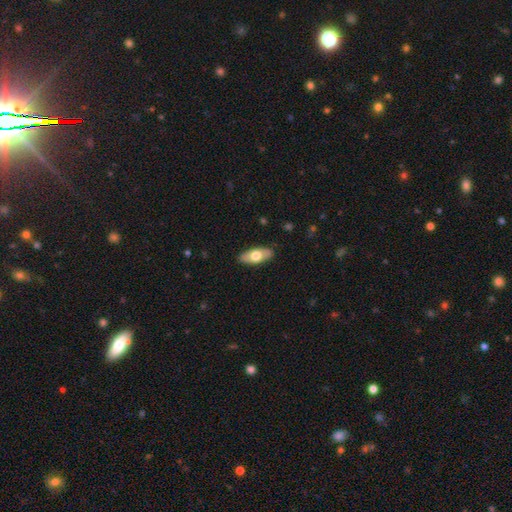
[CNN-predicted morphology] type=smooth (64%); roundness=in between (86%); merging=none (87%).